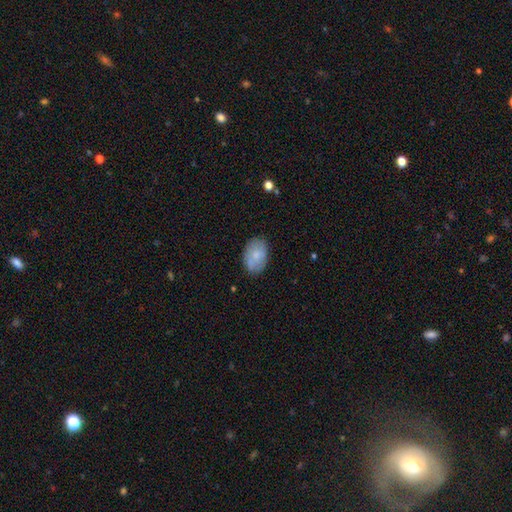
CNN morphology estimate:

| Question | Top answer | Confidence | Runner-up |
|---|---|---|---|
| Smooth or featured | smooth | 73% | featured or disk (20%) |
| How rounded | in between | 87% | round (12%) |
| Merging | none | 76% | minor disturbance (17%) |